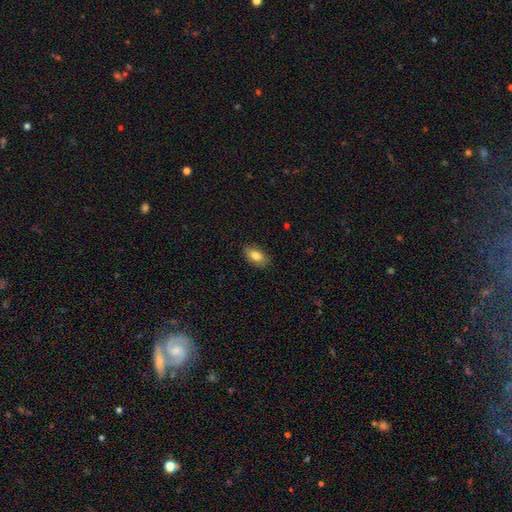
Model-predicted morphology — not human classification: A smooth galaxy with no disk features (82%) that is in between round and cigar-shaped (91%). Merging: none (85%).